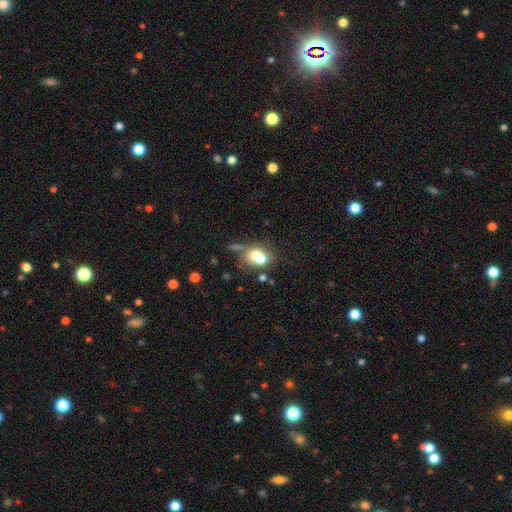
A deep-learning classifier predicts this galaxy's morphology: This is likely a smooth galaxy (65%). How rounded: possibly in between (54%). Merging: possibly merger (54%).